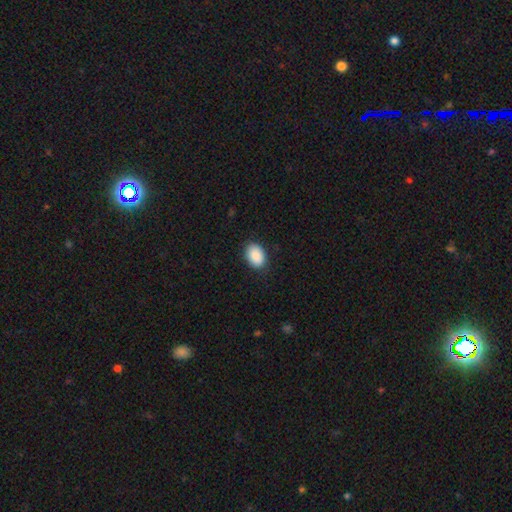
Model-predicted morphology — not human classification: smooth-or-featured: smooth: 90% | star or artifact: 7% | featured or disk: 3%
  how-rounded: in between: 82% | round: 17% | cigar-shaped: 1%
  merging: none: 86% | minor disturbance: 11% | major disturbance: 2% | merger: 1%